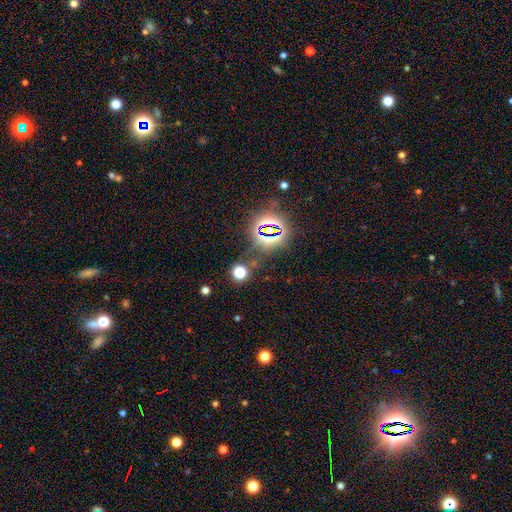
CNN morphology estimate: Smooth or featured: star or artifact — 77% (smooth — 15%)